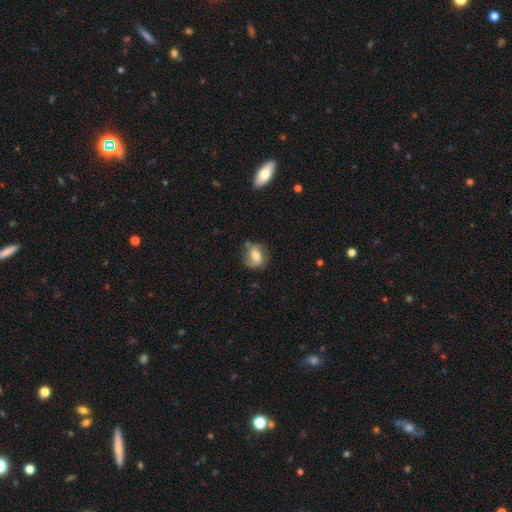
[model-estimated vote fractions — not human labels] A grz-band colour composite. It shows a smooth galaxy with no disk features (53%) that is round (53%). Merging: none (63%).